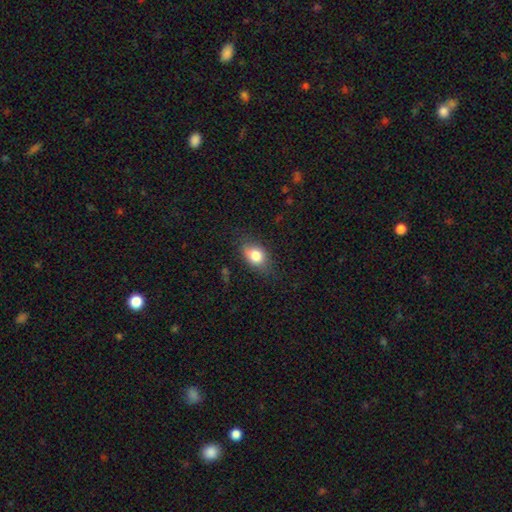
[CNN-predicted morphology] Smooth or featured? Predicted: smooth (p=0.80). How rounded? Predicted: in between (p=0.77). Merging? Predicted: none (p=0.72).